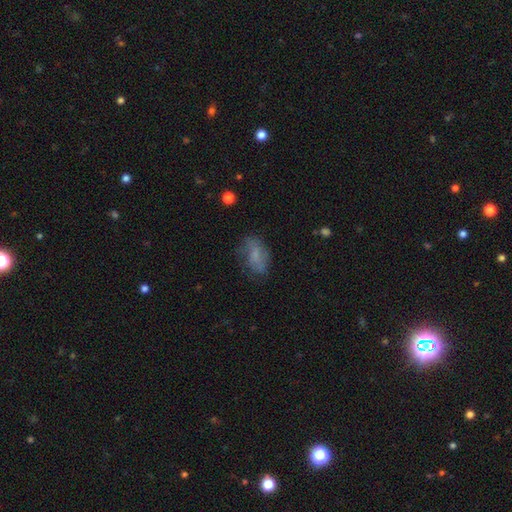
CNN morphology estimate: Smooth or featured? smooth (60%)
How rounded? in between (87%)
Merging? none (60%)